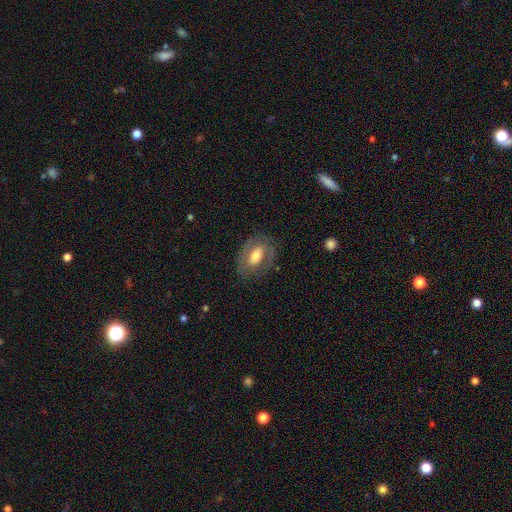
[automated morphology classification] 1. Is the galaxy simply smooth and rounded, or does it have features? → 52% featured or disk, 40% smooth, 7% star or artifact.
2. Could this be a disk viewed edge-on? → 92% no, 8% yes.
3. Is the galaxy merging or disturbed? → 74% none, 17% minor disturbance, 8% major disturbance, 1% merger.